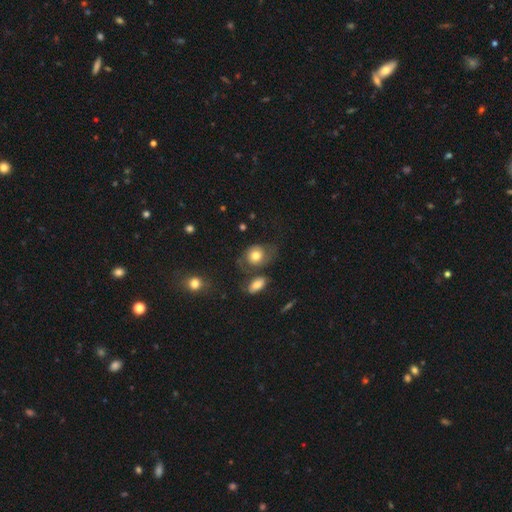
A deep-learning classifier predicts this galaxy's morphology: type=smooth (70%); roundness=round (61%); merging=none (47%).